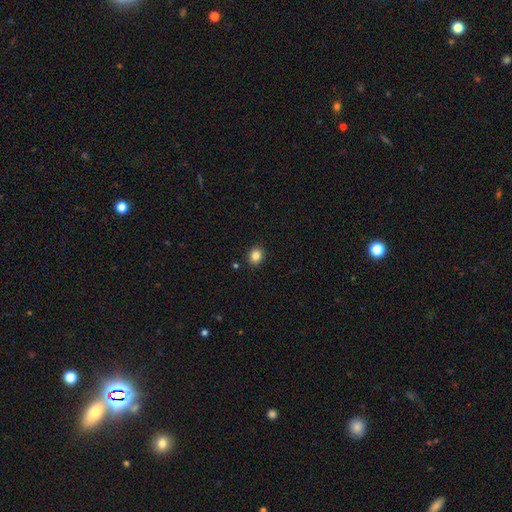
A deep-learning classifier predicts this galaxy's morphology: This appears to be a smooth galaxy with no disk features (84%) that is round (71%). Merging: none (90%).